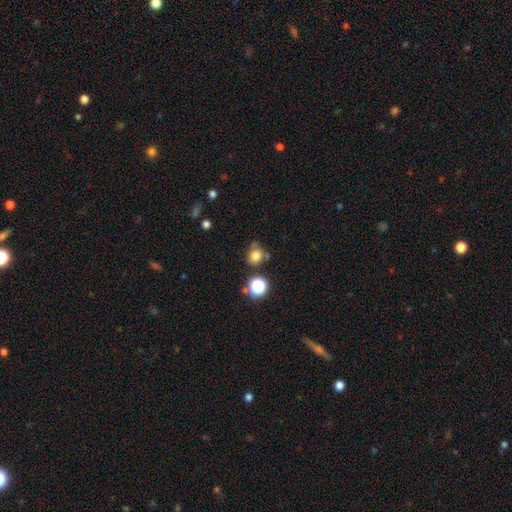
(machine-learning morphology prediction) Q: Smooth or featured?
A: smooth (76%); runner-up: star or artifact (16%)
Q: How rounded?
A: round (80%); runner-up: in between (19%)
Q: Merging?
A: none (64%); runner-up: minor disturbance (20%)